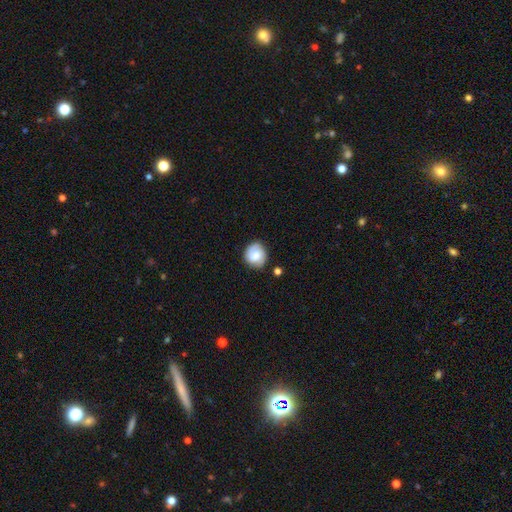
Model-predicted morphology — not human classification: A smooth galaxy with no disk features (53%) that is round (80%).

Vote fractions:
- Smooth or featured? smooth: 53% / featured or disk: 39% / star or artifact: 8%
- How rounded? round: 80% / in between: 19% / cigar-shaped: 1%
- Merging? none: 78% / minor disturbance: 16% / major disturbance: 4% / merger: 3%